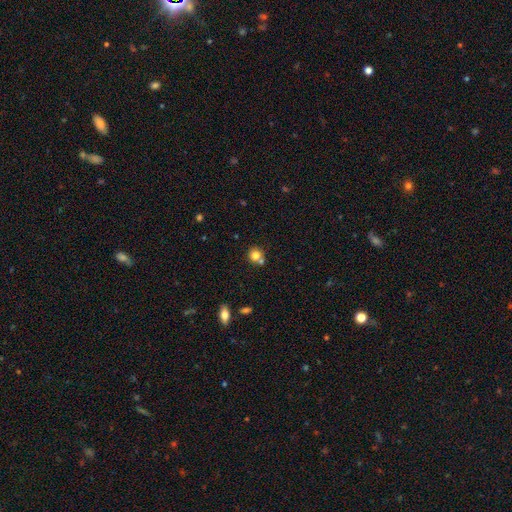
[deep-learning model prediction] A smooth galaxy with no disk features (80%) that is round (87%). Merging: none (60%).